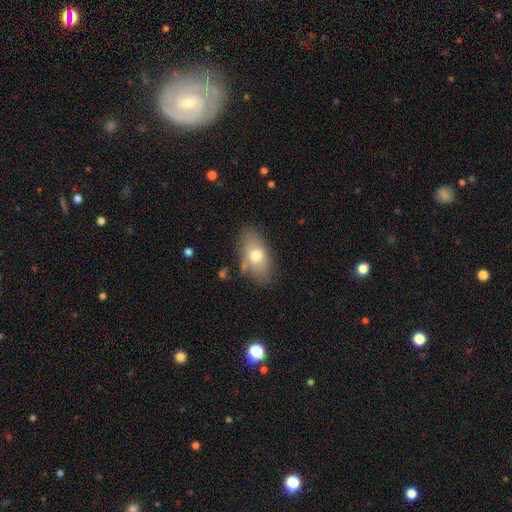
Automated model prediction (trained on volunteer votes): Q: Smooth or featured?
A: smooth (72%); runner-up: featured or disk (20%)
Q: How rounded?
A: in between (90%); runner-up: round (5%)
Q: Merging?
A: none (76%); runner-up: minor disturbance (16%)